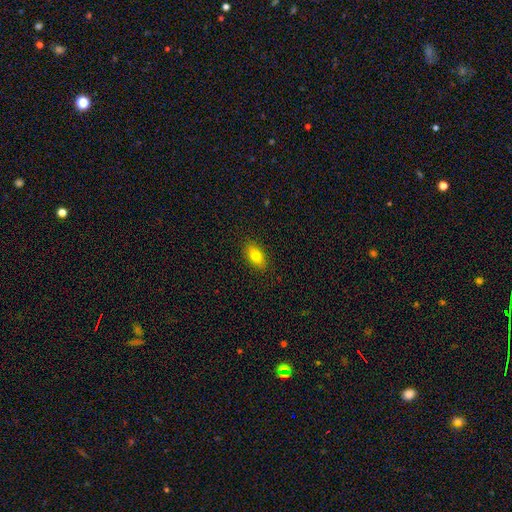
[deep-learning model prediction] Smooth or featured?
  - smooth: 79% *
  - featured or disk: 12%
  - star or artifact: 9%
How rounded?
  - in between: 89% *
  - round: 6%
  - cigar-shaped: 5%
Merging?
  - none: 89% *
  - minor disturbance: 8%
  - major disturbance: 2%
  - merger: 1%